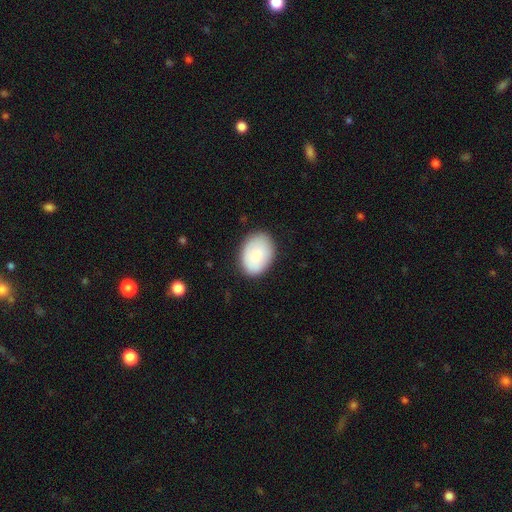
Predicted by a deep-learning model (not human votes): This is clearly a smooth galaxy (84%). How rounded: likely in between (80%). Merging: clearly none (83%).